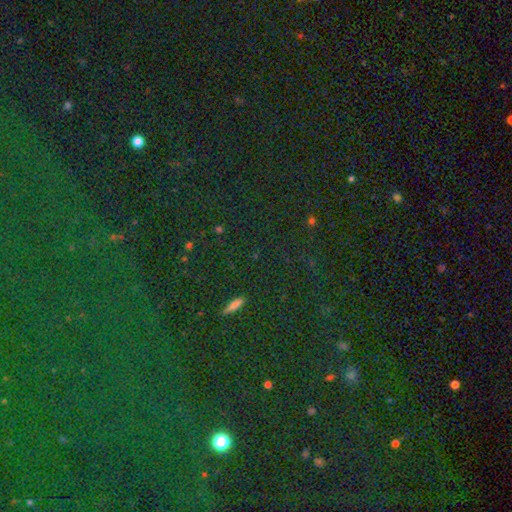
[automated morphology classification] This is clearly a star or artifact rather than a galaxy (83%).